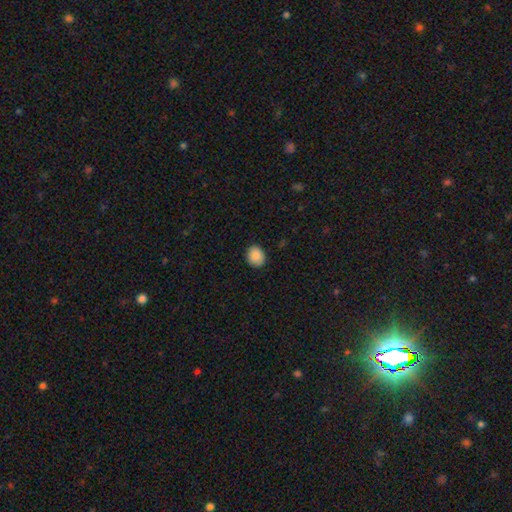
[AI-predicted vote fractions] A smooth galaxy with no disk features (88%) that is round (66%). Merging: none (89%).